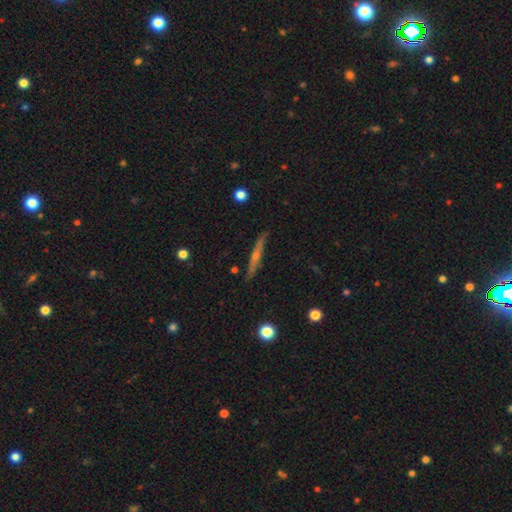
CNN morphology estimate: A featured or disk galaxy (69%) viewed edge-on (97%) with a rounded central bulge (74%).

Vote fractions:
- Smooth or featured? featured or disk: 69% / smooth: 24% / star or artifact: 7%
- Edge-on disk? yes: 97% / no: 3%
- Edge-on bulge? rounded: 74% / none: 22% / boxy: 4%
- Merging? none: 88% / minor disturbance: 9% / major disturbance: 2% / merger: 1%